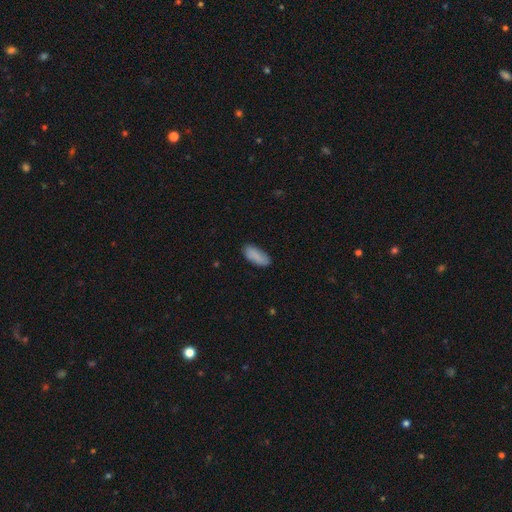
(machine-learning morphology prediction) Smooth or featured? smooth (88%)
How rounded? in between (83%)
Merging? none (81%)